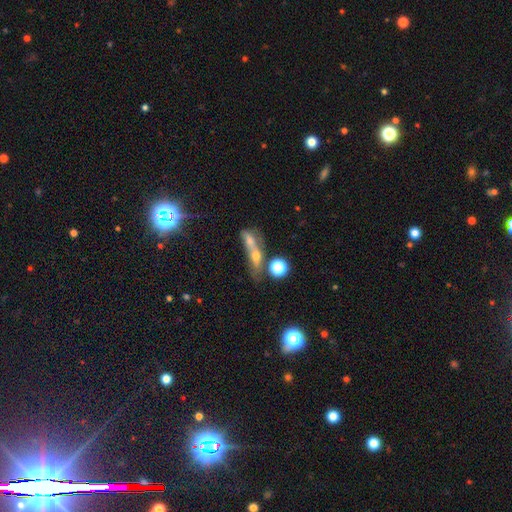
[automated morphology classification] Q: Smooth or featured?
A: smooth (49%); runner-up: featured or disk (33%)
Q: Merging?
A: merger (47%); runner-up: none (30%)